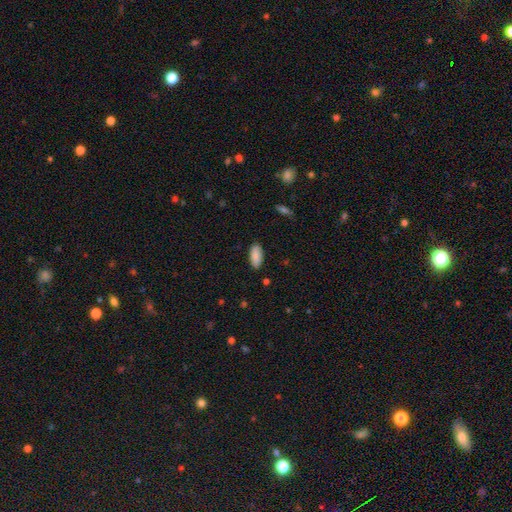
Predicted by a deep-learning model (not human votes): Overall: smooth (89%). How rounded: in between (84%). Merging: none (87%).